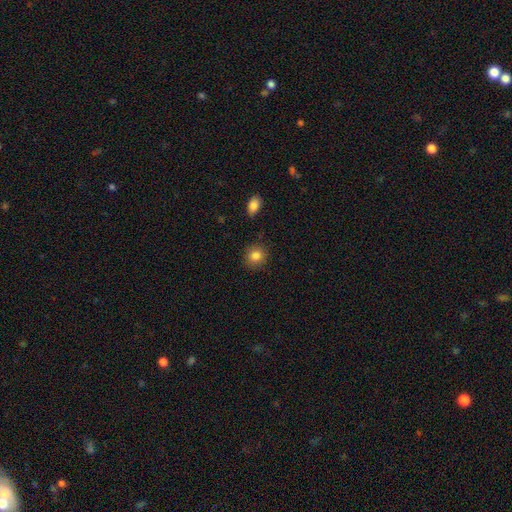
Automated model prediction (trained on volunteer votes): smooth 84%, star or artifact 10%, featured or disk 6%. Down the decision tree: how rounded — round (84%); merging — none (87%).